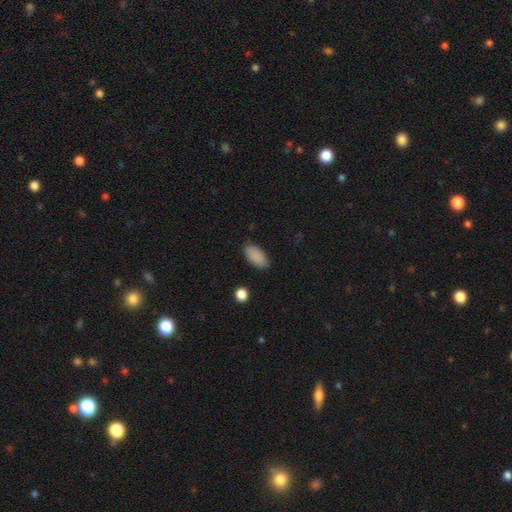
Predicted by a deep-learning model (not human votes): Smooth or featured: smooth — 89% (star or artifact — 7%)
How rounded: in between — 92% (cigar-shaped — 5%)
Merging: none — 84% (minor disturbance — 12%)